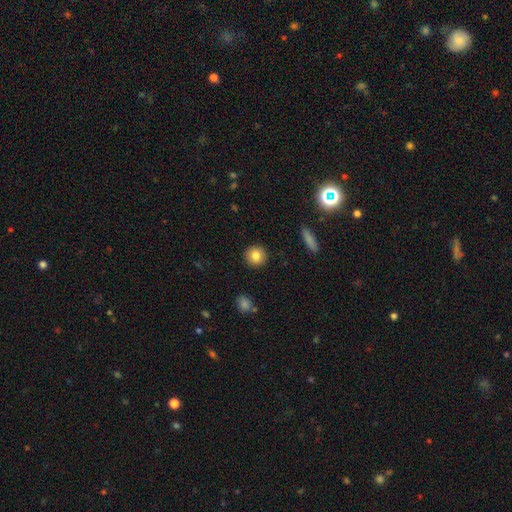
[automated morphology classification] Smooth or featured? smooth (83%)
How rounded? round (93%)
Merging? none (92%)